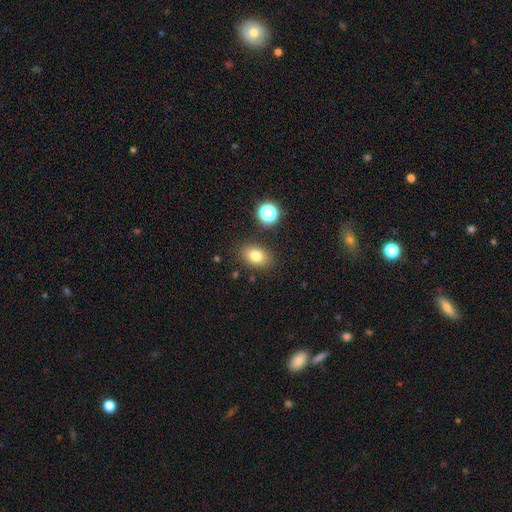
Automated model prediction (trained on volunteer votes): A smooth galaxy with no disk features (79%) that is in between round and cigar-shaped (77%). Merging: none (84%).